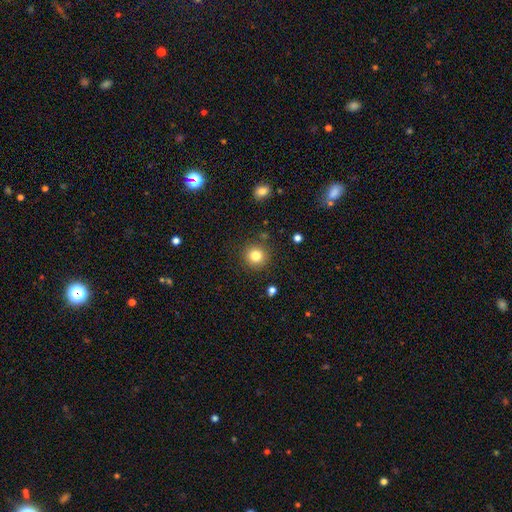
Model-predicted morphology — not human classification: smooth 82%, star or artifact 11%, featured or disk 7%. Down the decision tree: how rounded — round (93%); merging — none (88%).